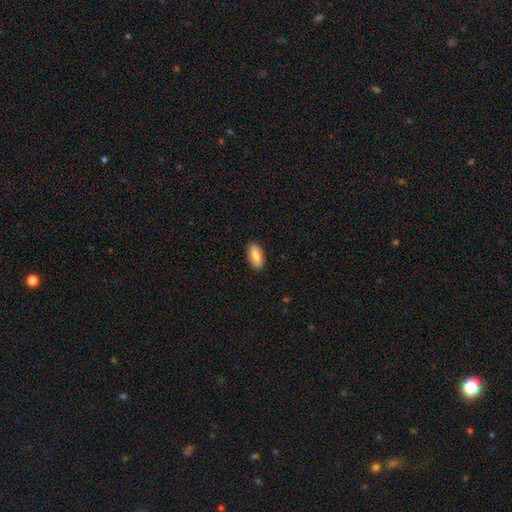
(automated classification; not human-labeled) Smooth or featured: smooth — 85% (featured or disk — 9%)
How rounded: in between — 88% (cigar-shaped — 10%)
Merging: none — 89% (minor disturbance — 8%)